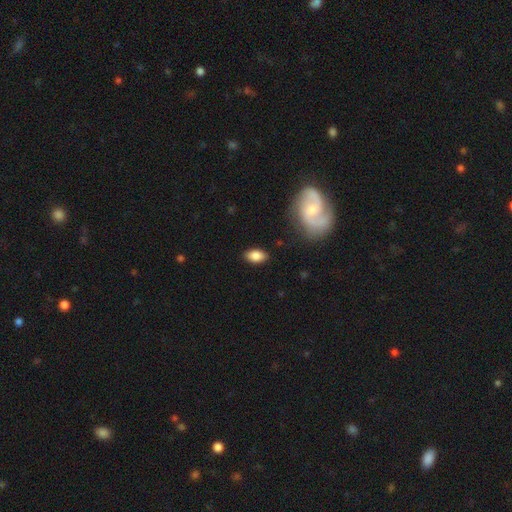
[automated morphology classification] Smooth or featured? Predicted: smooth (p=0.82). How rounded? Predicted: in between (p=0.91). Merging? Predicted: none (p=0.84).